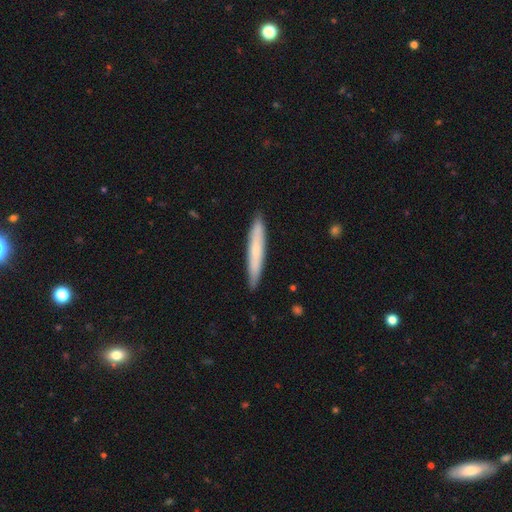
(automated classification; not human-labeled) Smooth or featured? Predicted: smooth (p=0.59). How rounded? Predicted: cigar-shaped (p=0.95). Merging? Predicted: none (p=0.90).